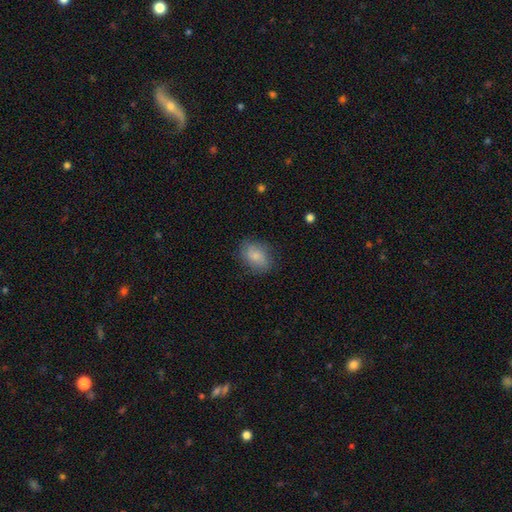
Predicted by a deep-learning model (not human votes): A smooth galaxy with no disk features (78%) that is in between round and cigar-shaped (77%).

Vote fractions:
- Smooth or featured? smooth: 78% / featured or disk: 15% / star or artifact: 8%
- How rounded? in between: 77% / round: 22% / cigar-shaped: 2%
- Merging? none: 76% / minor disturbance: 18% / major disturbance: 5% / merger: 1%